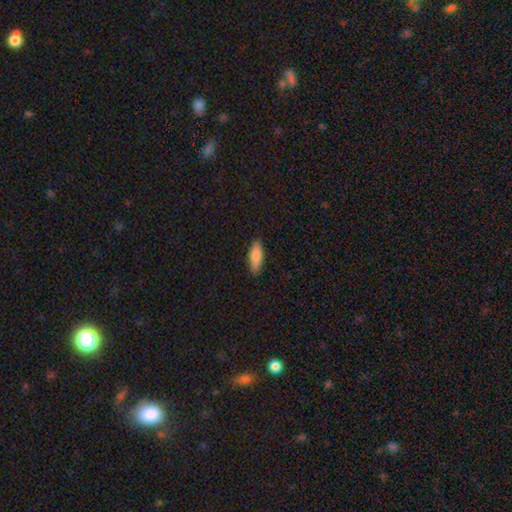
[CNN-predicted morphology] A smooth galaxy with no disk features (83%) that is in between round and cigar-shaped (65%).

Vote fractions:
- Smooth or featured? smooth: 83% / featured or disk: 11% / star or artifact: 6%
- How rounded? in between: 65% / cigar-shaped: 33% / round: 2%
- Merging? none: 86% / minor disturbance: 11% / major disturbance: 2% / merger: 1%